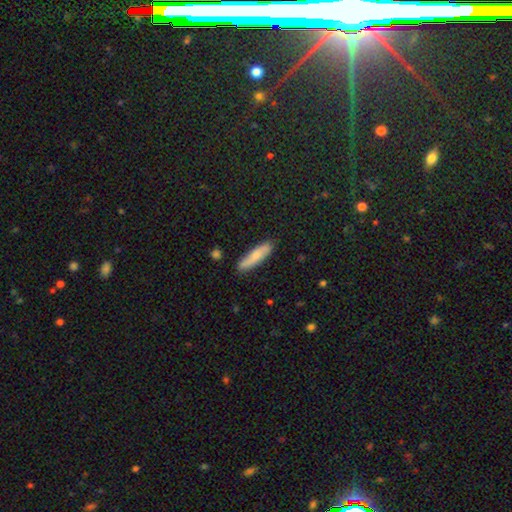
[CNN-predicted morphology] Smooth or featured: smooth — 71% (featured or disk — 23%)
How rounded: cigar-shaped — 72% (in between — 26%)
Merging: none — 85% (minor disturbance — 11%)